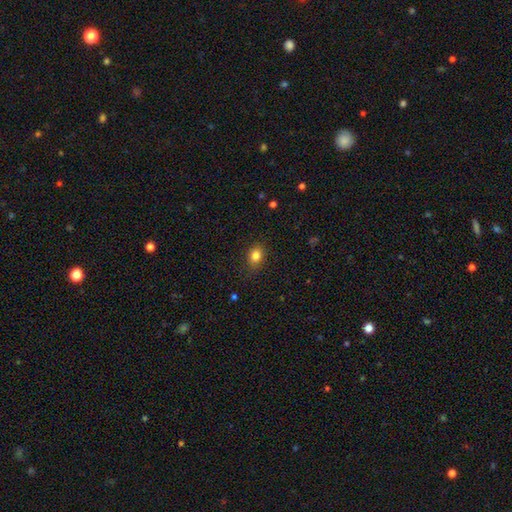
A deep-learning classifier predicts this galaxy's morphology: A smooth galaxy with no disk features (83%) that is in between round and cigar-shaped (58%).

Vote fractions:
- Smooth or featured? smooth: 83% / star or artifact: 11% / featured or disk: 6%
- How rounded? in between: 58% / round: 40% / cigar-shaped: 1%
- Merging? none: 83% / minor disturbance: 13% / major disturbance: 3% / merger: 1%